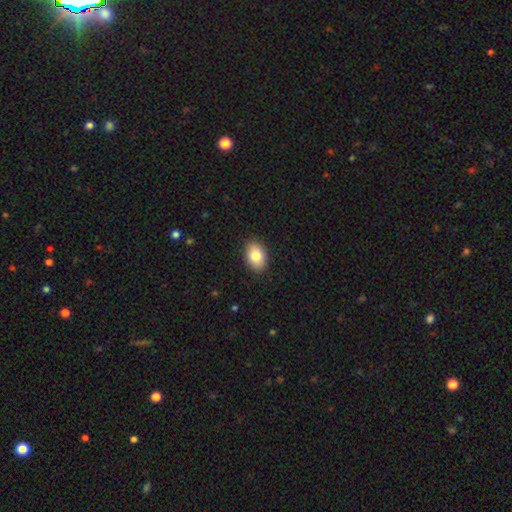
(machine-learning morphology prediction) smooth_or_featured: smooth (p=0.83) [alt: featured or disk p=0.10]
how_rounded: in between (p=0.84) [alt: round p=0.15]
merging: none (p=0.89) [alt: minor disturbance p=0.08]